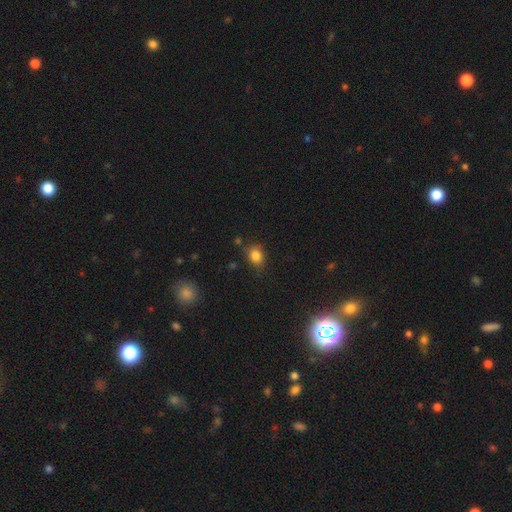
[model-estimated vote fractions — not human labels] Morphology: type=smooth (83%); roundness=in between (50%); merging=none (74%).